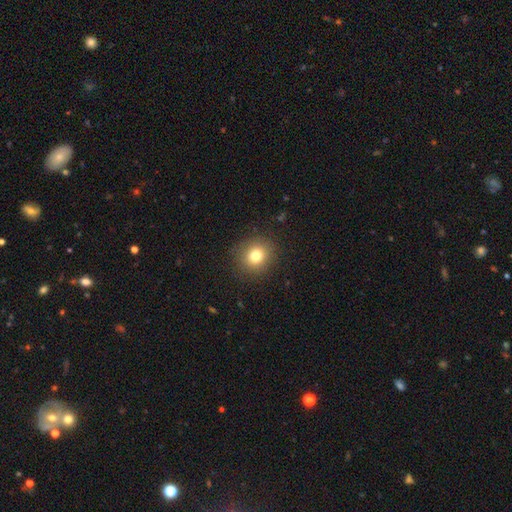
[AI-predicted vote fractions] Overall: smooth (78%). How rounded: round (83%). Merging: none (89%).